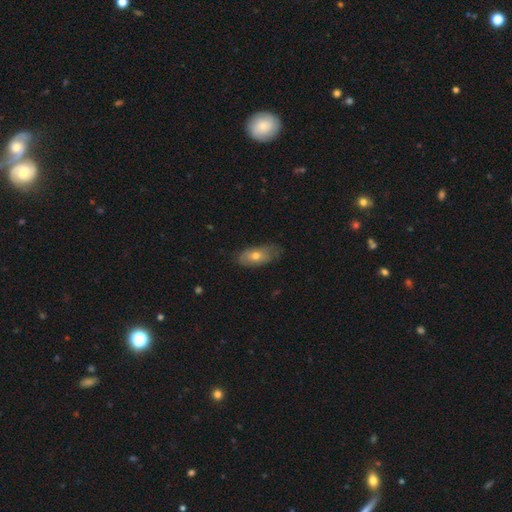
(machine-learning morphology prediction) A smooth galaxy with no disk features (64%) that is in between round and cigar-shaped (87%). Merging: none (63%).